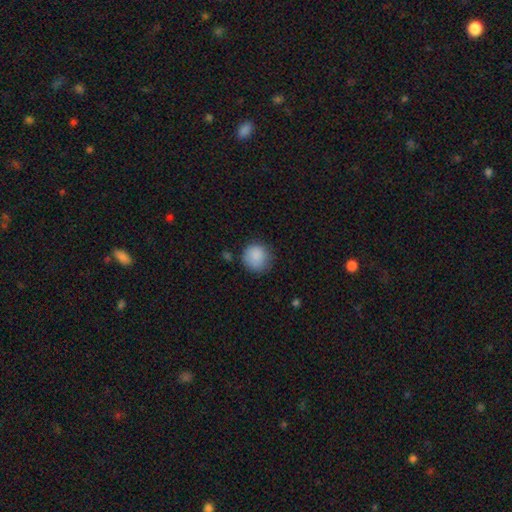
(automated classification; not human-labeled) This is clearly a smooth galaxy (87%). How rounded: clearly round (90%). Merging: likely none (74%).